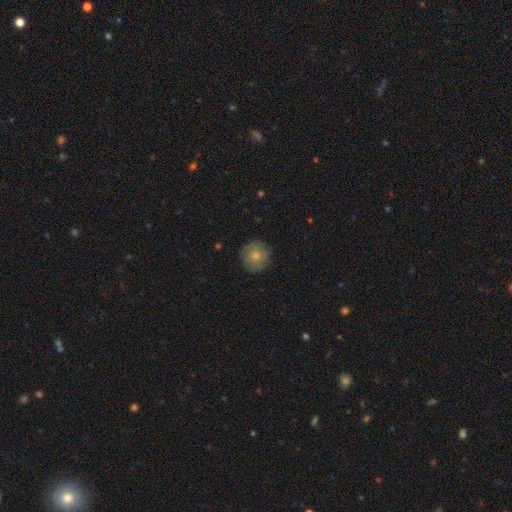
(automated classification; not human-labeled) Smooth or featured?
  - smooth: 50% *
  - featured or disk: 41%
  - star or artifact: 9%
How rounded?
  - round: 90% *
  - in between: 9%
  - cigar-shaped: 1%
Merging?
  - none: 82% *
  - minor disturbance: 13%
  - major disturbance: 4%
  - merger: 1%